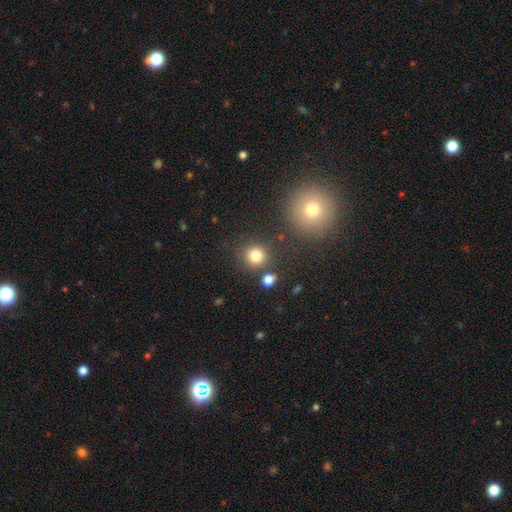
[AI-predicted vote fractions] Smooth or featured? smooth (80%)
How rounded? round (90%)
Merging? none (79%)